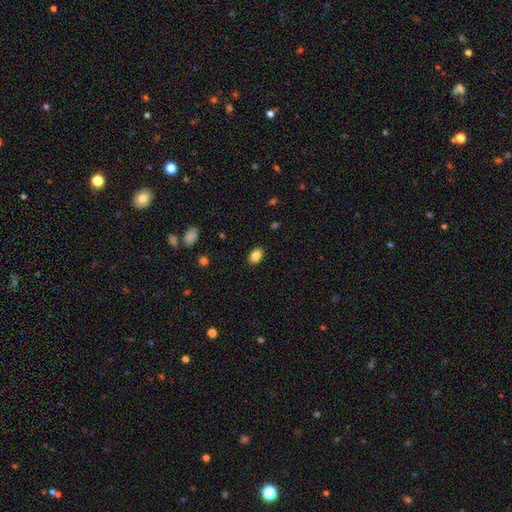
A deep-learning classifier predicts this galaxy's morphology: Smooth or featured? Predicted: smooth (p=0.84). How rounded? Predicted: in between (p=0.85). Merging? Predicted: none (p=0.88).